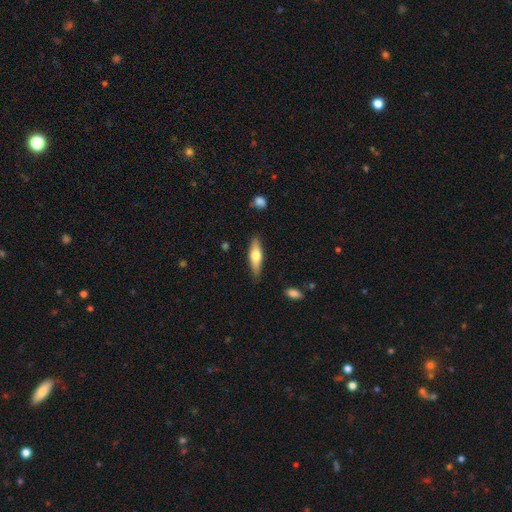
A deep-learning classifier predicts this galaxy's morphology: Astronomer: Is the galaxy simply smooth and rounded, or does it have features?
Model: smooth — 58% (runner-up: featured or disk, 37%).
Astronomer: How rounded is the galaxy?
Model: cigar-shaped — 56% (runner-up: in between, 41%).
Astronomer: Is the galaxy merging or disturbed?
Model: none — 85%.